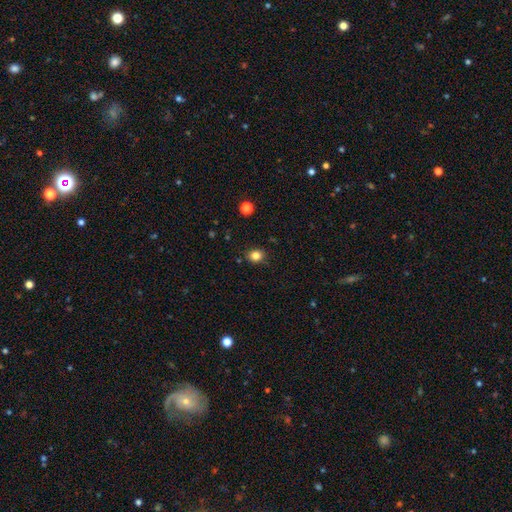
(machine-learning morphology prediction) Smooth or featured?
  - smooth: 83% *
  - star or artifact: 12%
  - featured or disk: 5%
How rounded?
  - round: 72% *
  - in between: 27%
  - cigar-shaped: 1%
Merging?
  - none: 87% *
  - minor disturbance: 9%
  - major disturbance: 2%
  - merger: 2%